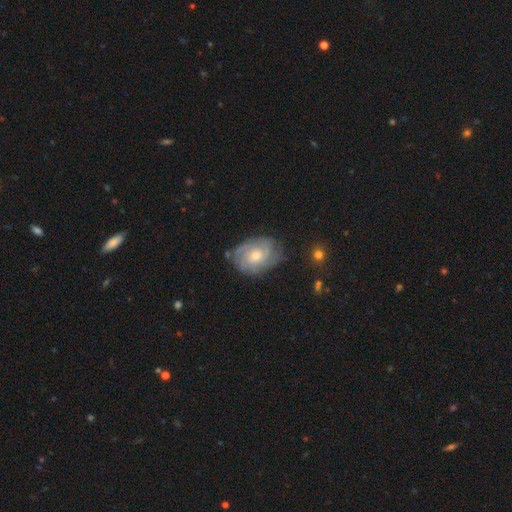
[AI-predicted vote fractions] This appears to be a featured or disk galaxy (68%) with no bar (77%), tight (63%) spiral arms (85%) and a moderate central bulge (49%). Merging: none (68%).